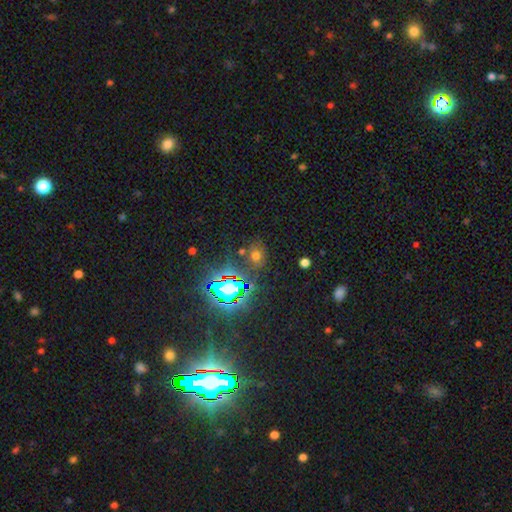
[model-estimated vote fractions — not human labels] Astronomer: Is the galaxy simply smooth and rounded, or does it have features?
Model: smooth — 47% (runner-up: star or artifact, 43%).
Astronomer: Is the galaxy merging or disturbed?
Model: none — 75%.